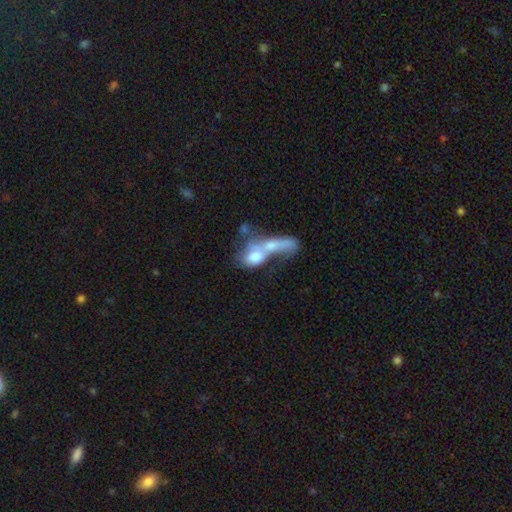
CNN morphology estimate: The model was most divided on "smooth or featured": smooth: 61%, featured or disk: 30%, star or artifact: 9%. More confident: merging — merger (69%); how rounded — in between (63%).